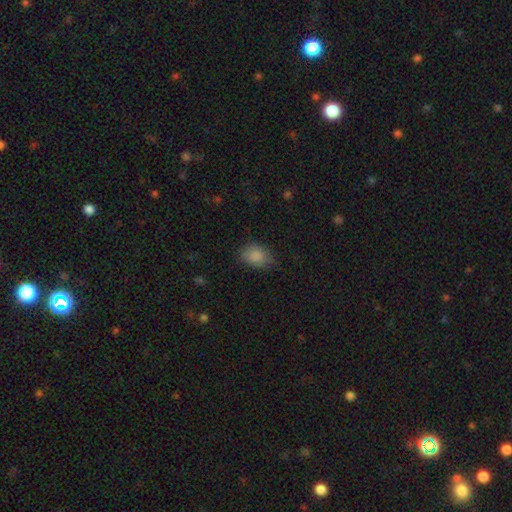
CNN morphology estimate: smooth-or-featured: smooth: 87% | star or artifact: 8% | featured or disk: 5%
  how-rounded: in between: 77% | round: 22% | cigar-shaped: 1%
  merging: none: 75% | minor disturbance: 19% | major disturbance: 5% | merger: 1%